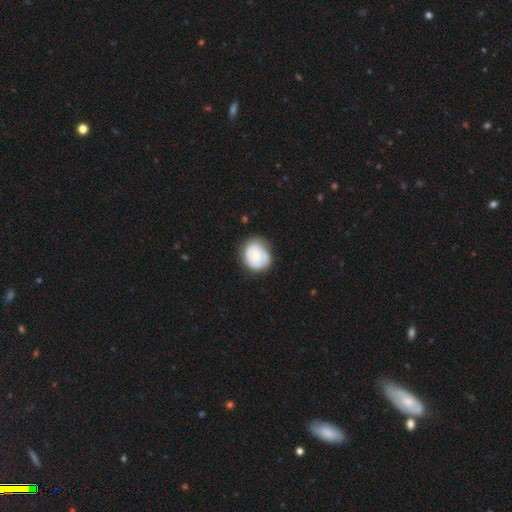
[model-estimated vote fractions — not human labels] smooth_or_featured: smooth (p=0.55) [alt: featured or disk p=0.39]
how_rounded: round (p=0.67) [alt: in between p=0.32]
merging: none (p=0.64) [alt: minor disturbance p=0.26]